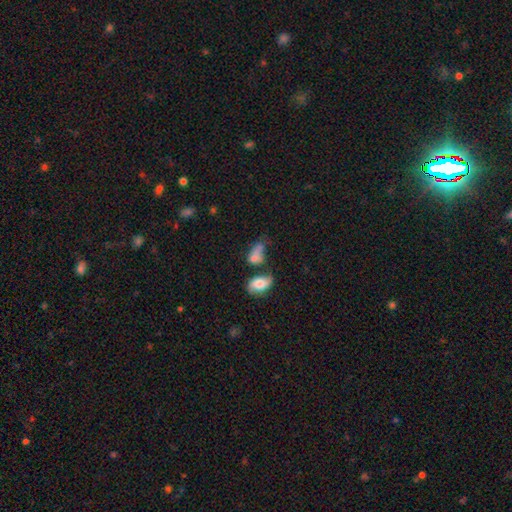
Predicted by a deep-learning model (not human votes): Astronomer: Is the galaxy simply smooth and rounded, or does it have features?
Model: smooth — 71%.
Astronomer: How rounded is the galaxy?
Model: in between — 81%.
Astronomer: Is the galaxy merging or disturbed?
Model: merger — 35% (runner-up: none, 29%).